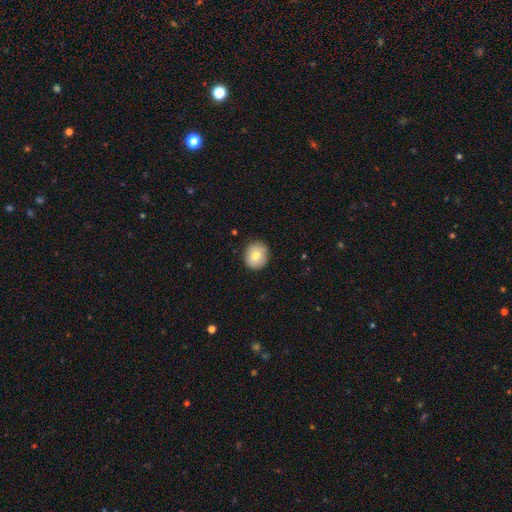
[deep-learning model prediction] Q: Smooth or featured?
A: smooth (76%); runner-up: featured or disk (16%)
Q: How rounded?
A: round (79%); runner-up: in between (20%)
Q: Merging?
A: none (86%); runner-up: minor disturbance (11%)